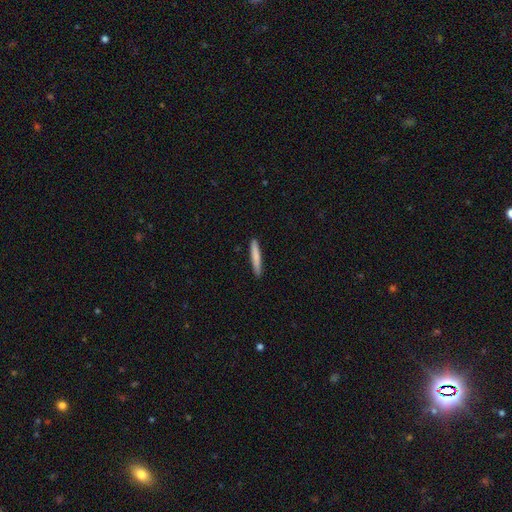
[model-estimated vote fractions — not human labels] Smooth or featured? smooth (79%)
How rounded? cigar-shaped (95%)
Merging? none (91%)